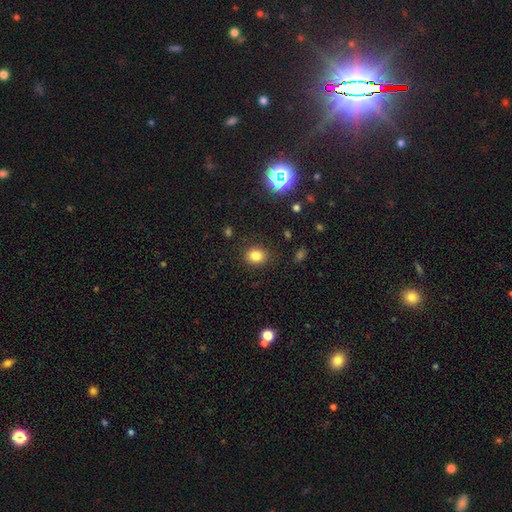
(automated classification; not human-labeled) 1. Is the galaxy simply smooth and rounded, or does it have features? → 82% smooth, 12% star or artifact, 6% featured or disk.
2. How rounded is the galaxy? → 58% round, 41% in between, 1% cigar-shaped.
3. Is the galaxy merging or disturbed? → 87% none, 9% minor disturbance, 3% major disturbance, 1% merger.